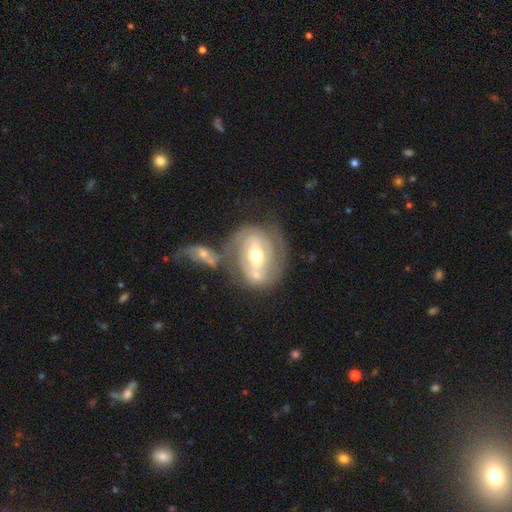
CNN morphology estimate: This is likely a featured or disk galaxy (75%). It is clearly not viewed edge-on (95%). Bar: marginally weak (39%). Spiral arm pattern: likely yes (68%). Central bulge: likely moderate (75%). Merging: marginally none (38%).